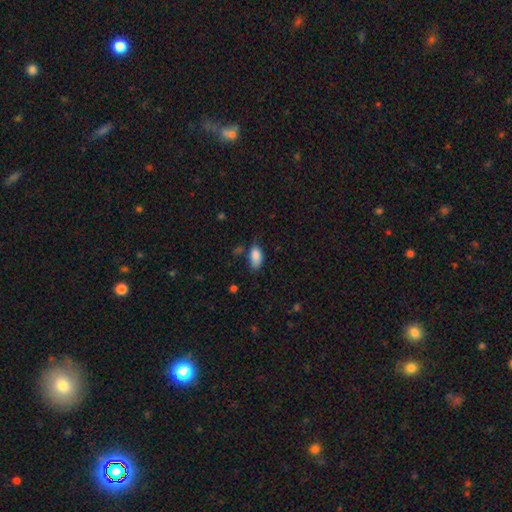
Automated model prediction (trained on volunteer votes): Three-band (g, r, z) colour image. It shows a smooth galaxy with no disk features (86%) that is in between round and cigar-shaped (92%). Merging: none (53%).